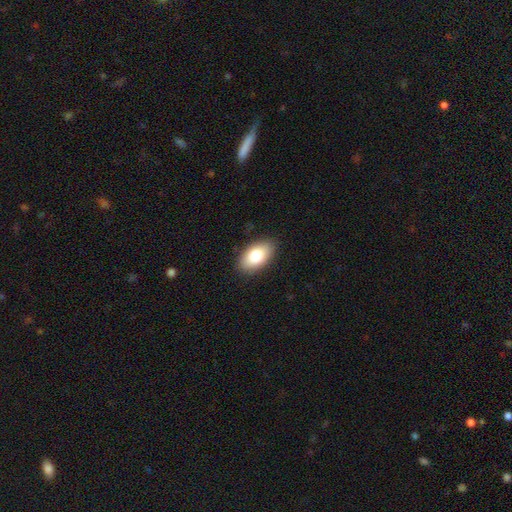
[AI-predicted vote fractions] Morphology: type=smooth (80%); roundness=in between (93%); merging=none (87%).